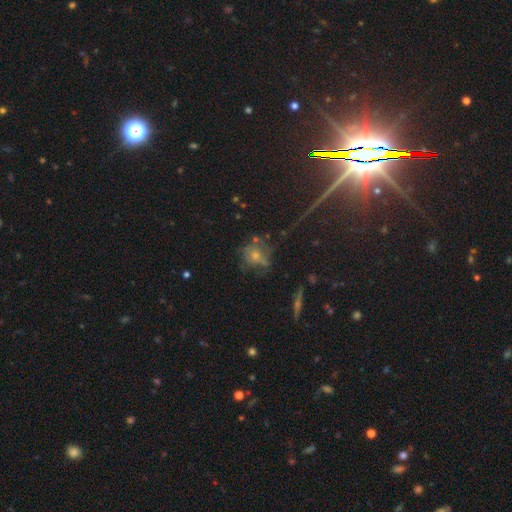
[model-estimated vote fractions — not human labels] smooth-or-featured: smooth: 41% (tied) | featured or disk: 41% (tied) | star or artifact: 18%
  merging: none: 48% | minor disturbance: 24% | major disturbance: 22% | merger: 6%